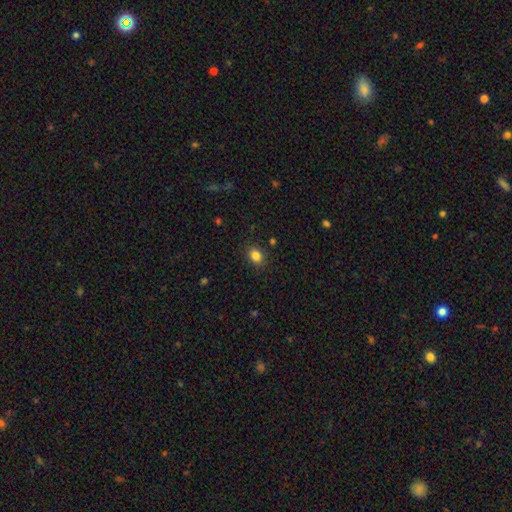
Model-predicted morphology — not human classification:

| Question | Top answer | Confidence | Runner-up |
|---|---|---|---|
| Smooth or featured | smooth | 84% | star or artifact (11%) |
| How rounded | in between | 58% | round (41%) |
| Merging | none | 87% | minor disturbance (9%) |